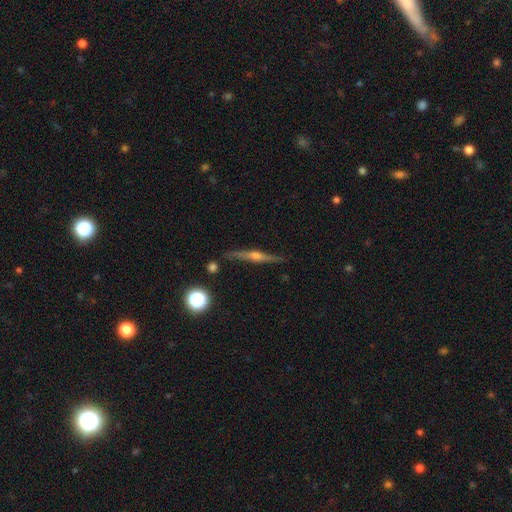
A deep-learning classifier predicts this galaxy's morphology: Smooth or featured? Predicted: featured or disk (p=0.76). Edge-on disk? Predicted: yes (p=0.97). Edge-on bulge? Predicted: rounded (p=0.86). Merging? Predicted: none (p=0.86).